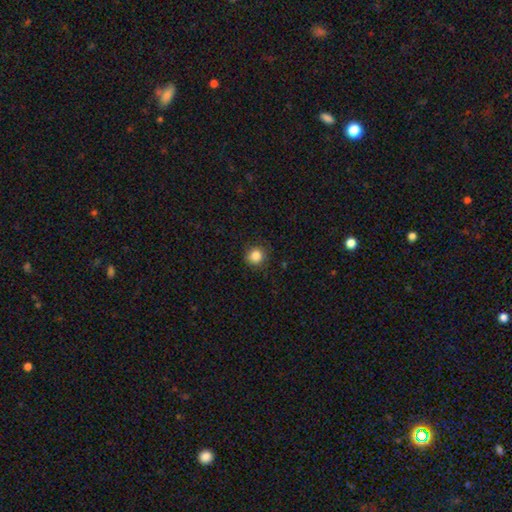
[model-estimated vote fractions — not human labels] Morphology: type=smooth (86%); roundness=round (91%); merging=none (86%).